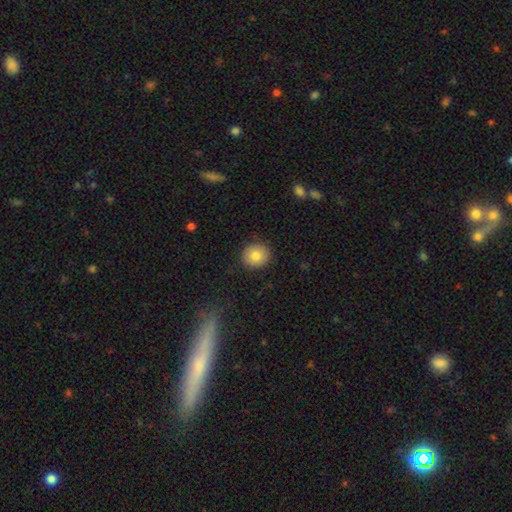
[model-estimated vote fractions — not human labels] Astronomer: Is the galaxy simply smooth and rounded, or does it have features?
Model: smooth — 83%.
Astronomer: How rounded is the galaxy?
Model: round — 85%.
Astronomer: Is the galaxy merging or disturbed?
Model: none — 90%.